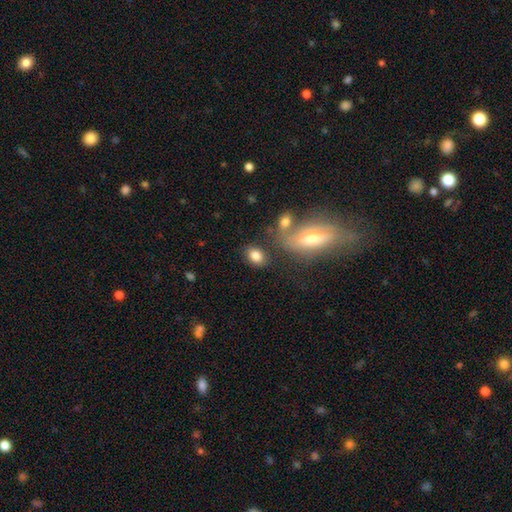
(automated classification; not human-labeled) smooth-or-featured: smooth: 82% | star or artifact: 9% | featured or disk: 9%
  how-rounded: in between: 75% | round: 23% | cigar-shaped: 2%
  merging: none: 72% | minor disturbance: 13% | merger: 10% | major disturbance: 5%